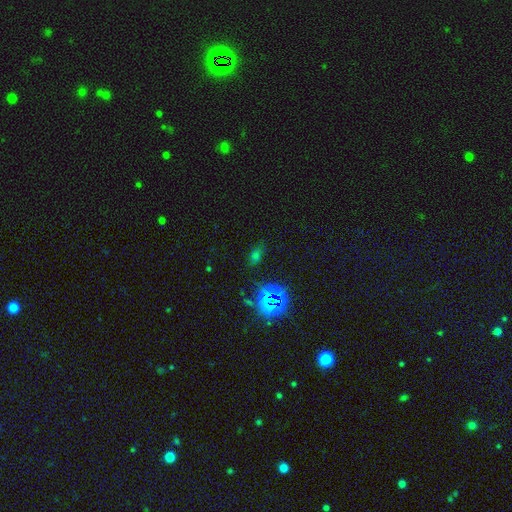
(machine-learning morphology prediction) The model was most divided on "smooth or featured": star or artifact: 53%, smooth: 37%, featured or disk: 10%.